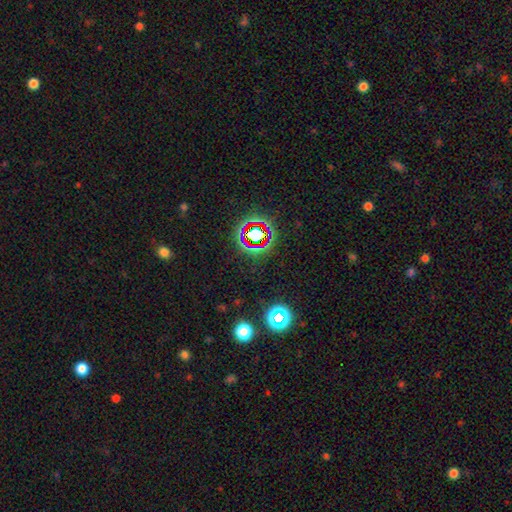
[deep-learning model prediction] Smooth or featured: star or artifact — 71% (smooth — 17%)